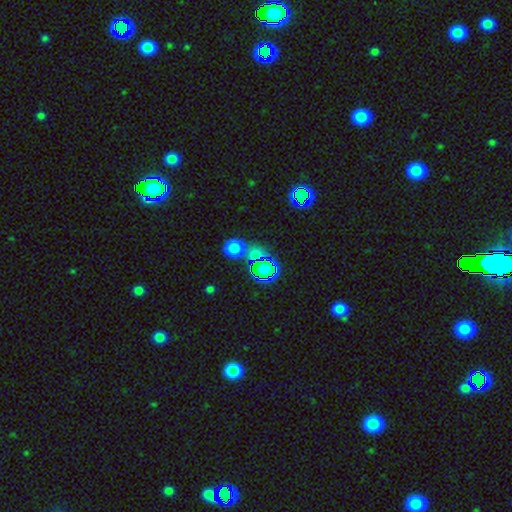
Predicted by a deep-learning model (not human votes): smooth_or_featured: smooth (p=0.49) [alt: star or artifact p=0.42]
merging: none (p=0.62) [alt: merger p=0.23]